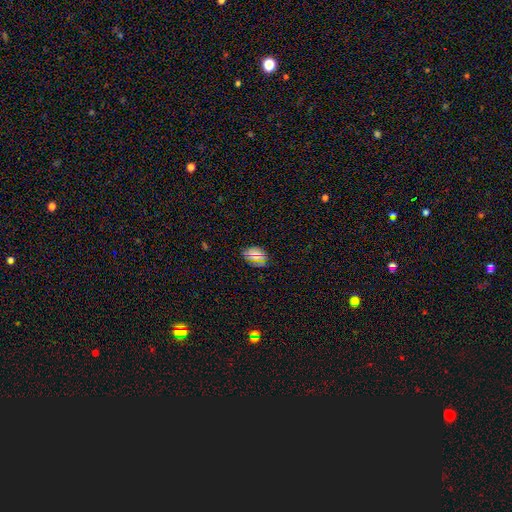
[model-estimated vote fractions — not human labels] A smooth galaxy with no disk features (70%) that is in between round and cigar-shaped (76%). Merging: none (81%).